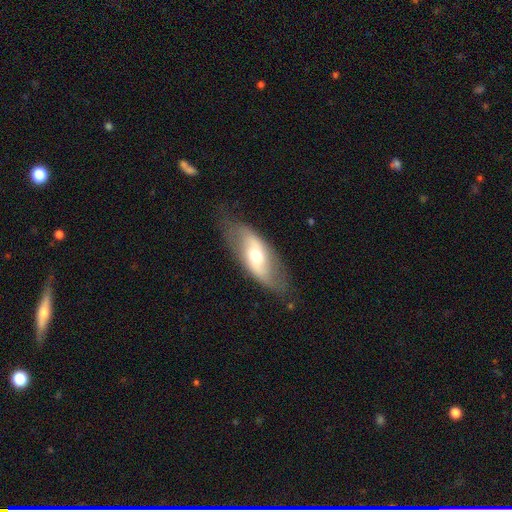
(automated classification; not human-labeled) Overall: featured or disk (60%; smooth 34%). Edge-on disk: no (85%). Bar: no (45%; weak 34%). Spiral arms: yes (70%). Bulge size: moderate (69%). Merging: none (70%).